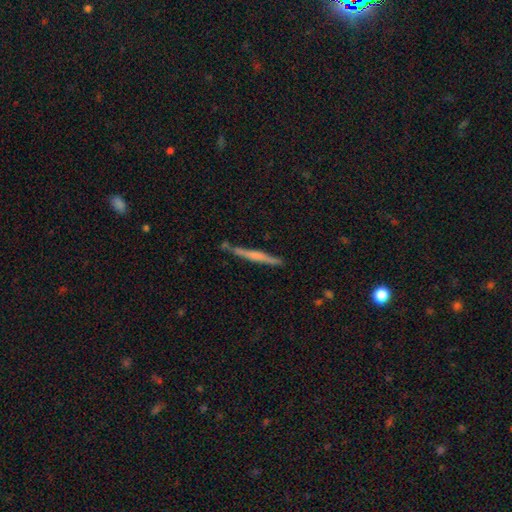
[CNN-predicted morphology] smooth_or_featured: featured or disk (p=0.55) [alt: smooth p=0.39]
disk_edge_on: yes (p=0.97) [alt: no p=0.03]
edge_on_bulge: none (p=0.48) [alt: rounded p=0.36]
merging: none (p=0.81) [alt: minor disturbance p=0.12]